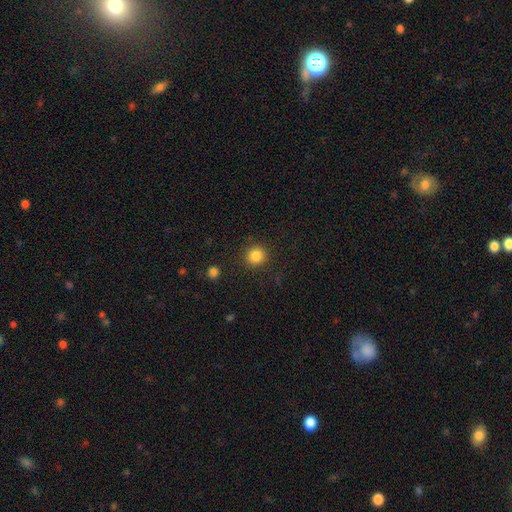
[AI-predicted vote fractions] smooth 85%, star or artifact 11%, featured or disk 4%. Down the decision tree: how rounded — round (91%); merging — none (90%).